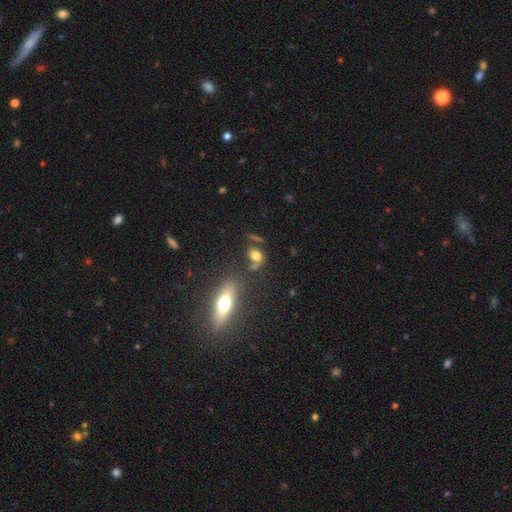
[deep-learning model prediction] smooth 65%, featured or disk 21%, star or artifact 14%. Down the decision tree: how rounded — in between (65%); merging — none (47%).